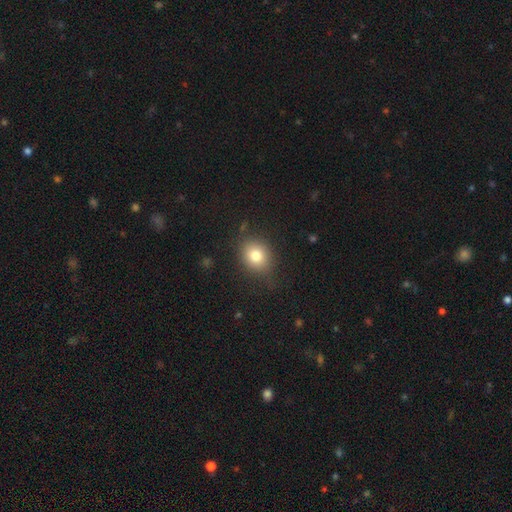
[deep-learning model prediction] smooth 79%, star or artifact 11%, featured or disk 10%. Down the decision tree: how rounded — round (68%); merging — none (78%).